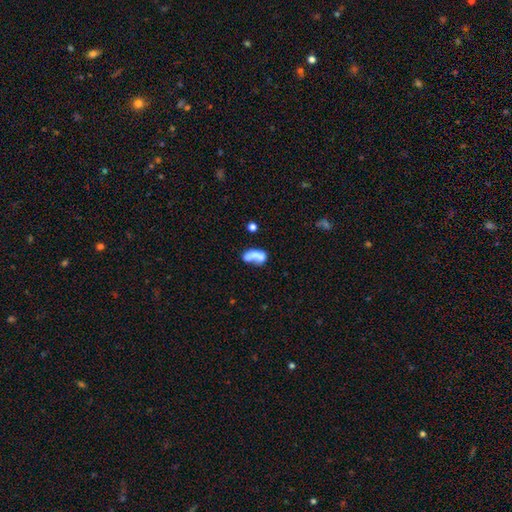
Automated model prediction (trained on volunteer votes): smooth 63%, featured or disk 26%, star or artifact 10%. Down the decision tree: how rounded — in between (78%); merging — merger (41%).